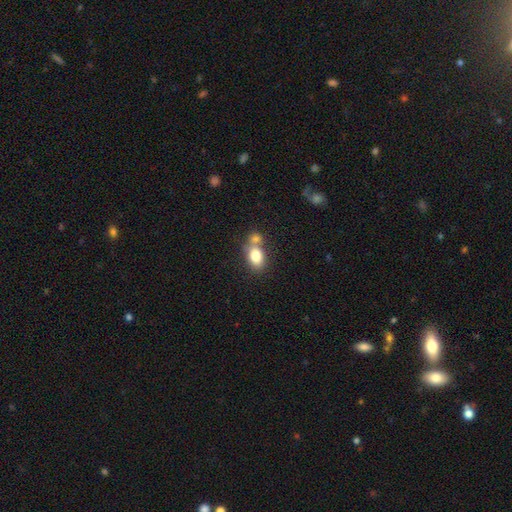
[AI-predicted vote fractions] smooth 79%, featured or disk 12%, star or artifact 9%. Down the decision tree: how rounded — in between (78%); merging — merger (44%).